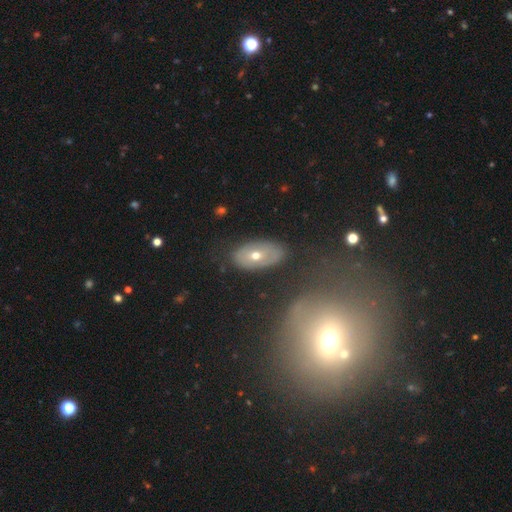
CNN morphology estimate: Overall: featured or disk (46%; smooth 44%). Merging: none (78%).